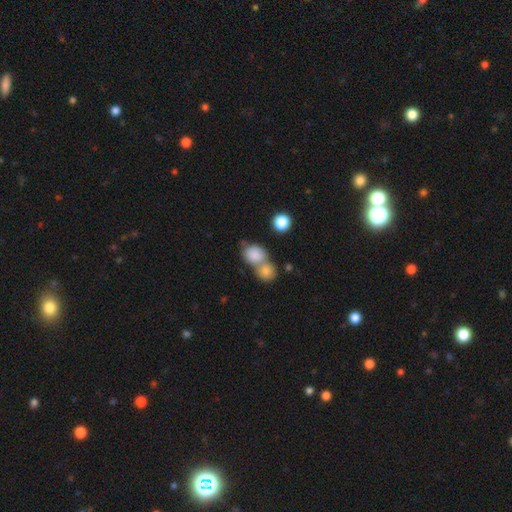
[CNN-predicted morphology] smooth-or-featured: smooth: 84% | star or artifact: 8% | featured or disk: 7%
  how-rounded: round: 62% | in between: 36% | cigar-shaped: 1%
  merging: merger: 57% | none: 32% | minor disturbance: 8% | major disturbance: 3%